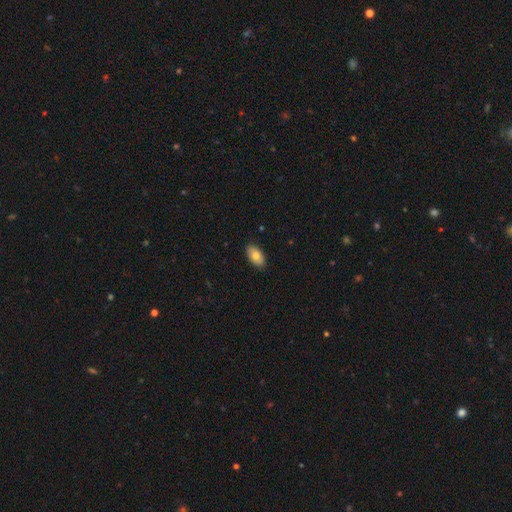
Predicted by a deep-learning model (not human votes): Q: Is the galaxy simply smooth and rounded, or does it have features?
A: smooth — 79%.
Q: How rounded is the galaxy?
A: in between — 94%.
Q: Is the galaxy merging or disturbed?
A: none — 88%.